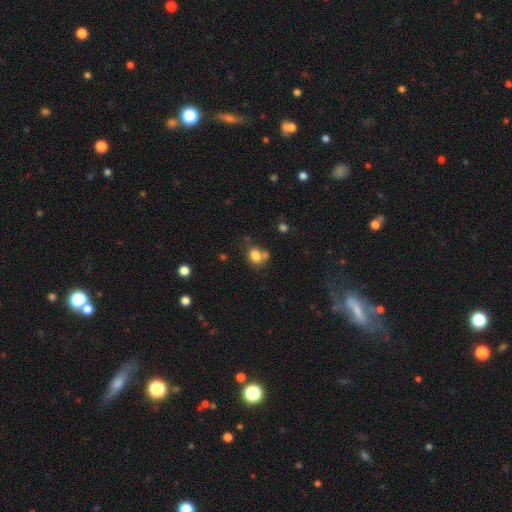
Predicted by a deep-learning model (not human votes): The model was most divided on "how rounded": round: 51%, in between: 48%, cigar-shaped: 1%. Remaining: smooth or featured — smooth (79%); merging — none (48%).